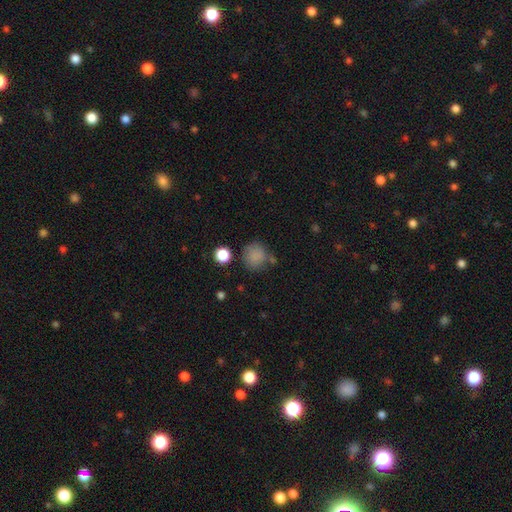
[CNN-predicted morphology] The model was most divided on "merging": none: 68%, minor disturbance: 17%, merger: 8%, major disturbance: 6%. More confident: how rounded — round (86%); smooth or featured — smooth (82%).